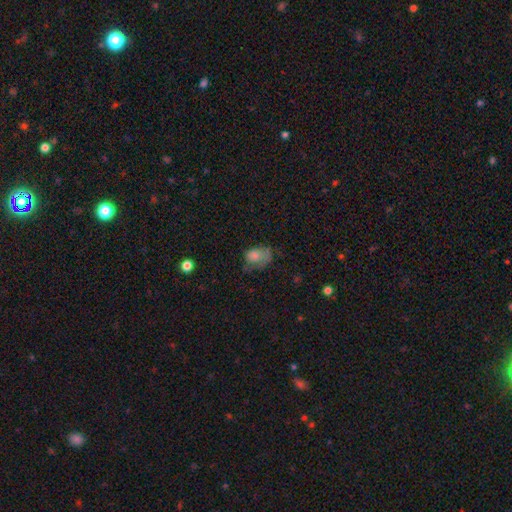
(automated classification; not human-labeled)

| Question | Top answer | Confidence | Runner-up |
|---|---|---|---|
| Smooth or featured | smooth | 71% | featured or disk (19%) |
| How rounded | in between | 77% | round (22%) |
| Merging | major disturbance | 37% | minor disturbance (32%) |